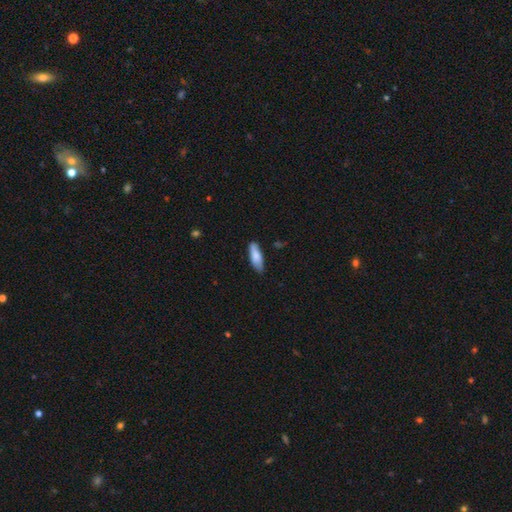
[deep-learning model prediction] This is clearly a smooth galaxy (80%). How rounded: possibly in between (56%). Merging: likely none (78%).